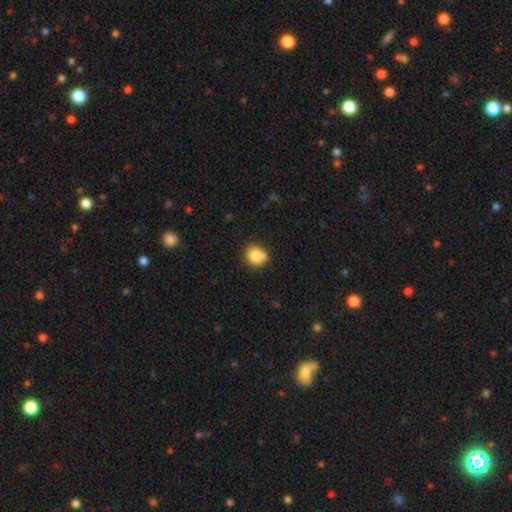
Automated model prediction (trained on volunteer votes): Smooth or featured? Predicted: smooth (p=0.82). How rounded? Predicted: round (p=0.76). Merging? Predicted: none (p=0.61).